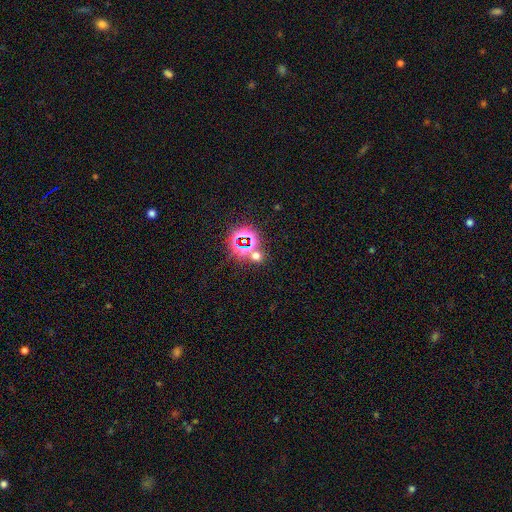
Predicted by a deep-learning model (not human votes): smooth_or_featured: star or artifact (p=0.56) [alt: smooth p=0.36]